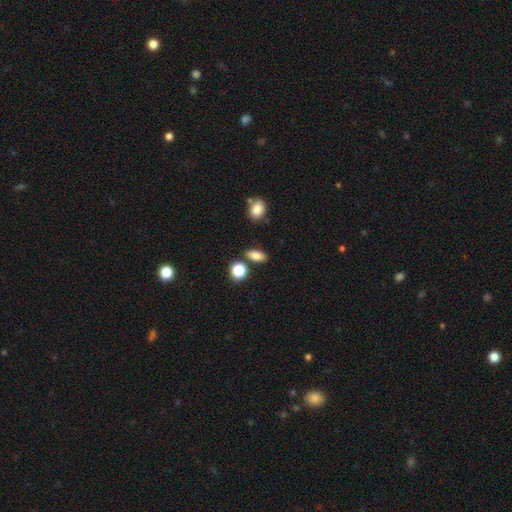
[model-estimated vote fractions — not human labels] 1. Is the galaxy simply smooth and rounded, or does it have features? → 84% smooth, 11% star or artifact, 6% featured or disk.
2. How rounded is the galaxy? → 82% in between, 12% round, 7% cigar-shaped.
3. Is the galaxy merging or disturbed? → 81% none, 10% minor disturbance, 6% merger, 3% major disturbance.